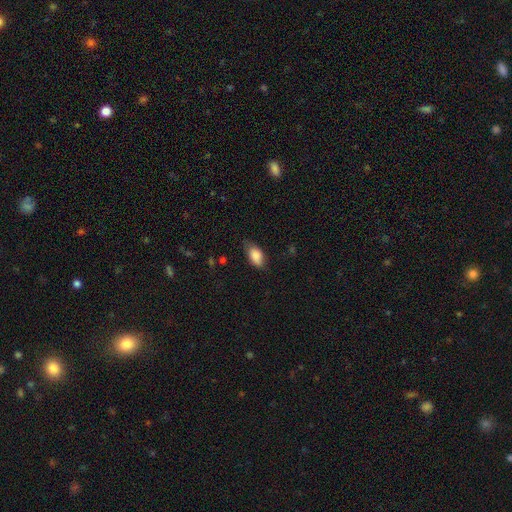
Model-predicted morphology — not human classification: Smooth or featured? Predicted: smooth (p=0.85). How rounded? Predicted: in between (p=0.90). Merging? Predicted: none (p=0.65).